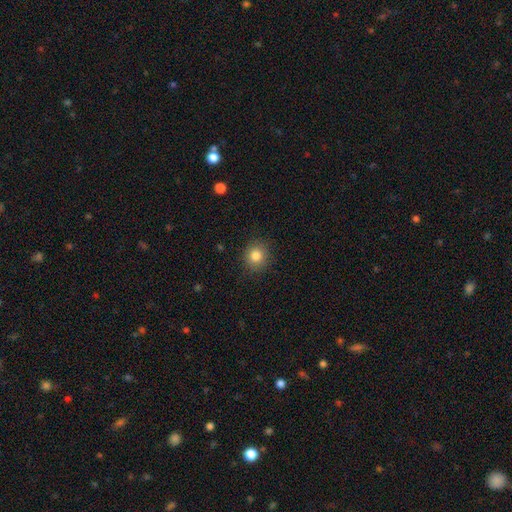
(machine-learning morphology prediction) This appears to be a smooth galaxy with no disk features (83%) that is round (85%). Merging: none (88%).